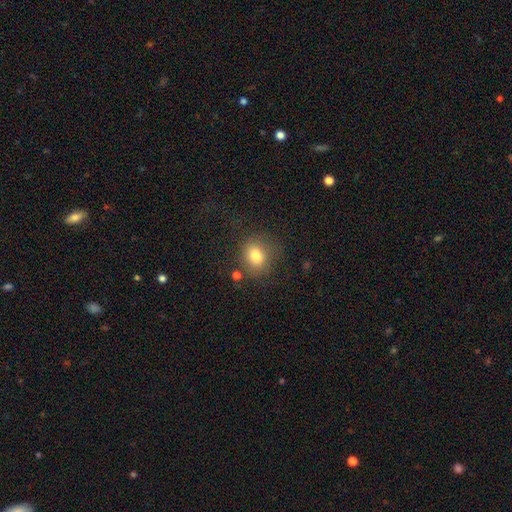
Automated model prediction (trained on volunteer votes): smooth 80%, star or artifact 11%, featured or disk 10%. Down the decision tree: how rounded — round (61%); merging — none (72%).